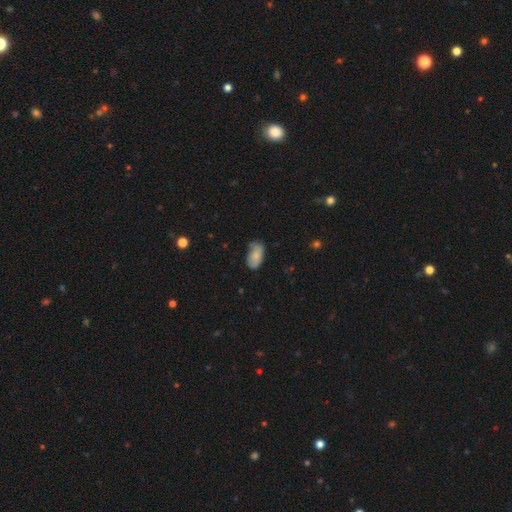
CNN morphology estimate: Smooth or featured? Predicted: smooth (p=0.78). How rounded? Predicted: in between (p=0.94). Merging? Predicted: none (p=0.55).